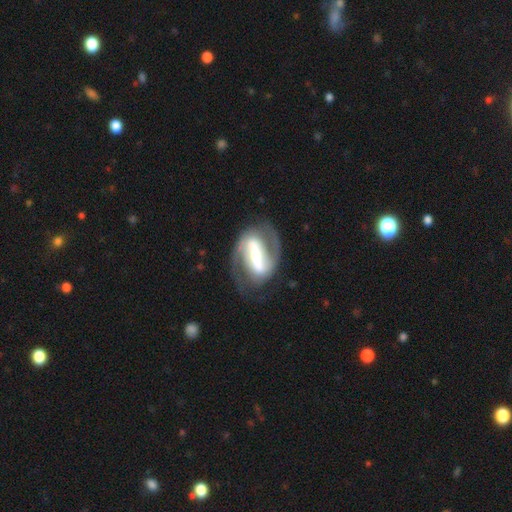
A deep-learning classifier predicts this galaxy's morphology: featured or disk 86%, smooth 10%, star or artifact 4%. Down the decision tree: edge-on disk — no (94%); bar — strong (77%); spiral arms — yes (90%); spiral arm count — 2 (88%); spiral winding — medium (46%); bulge size — moderate (42%, tied with small); merging — none (71%).